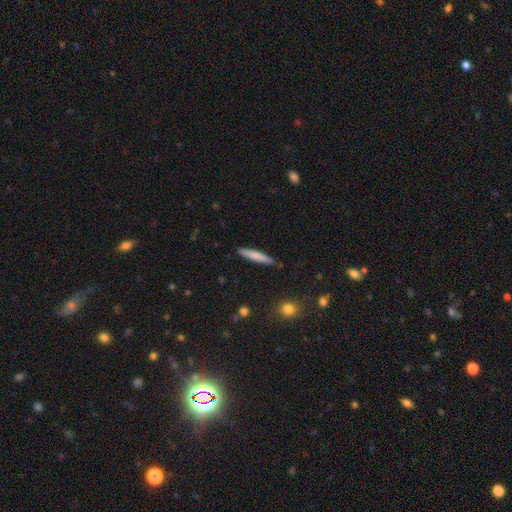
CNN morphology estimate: Overall: smooth (76%). How rounded: cigar-shaped (93%). Merging: none (90%).